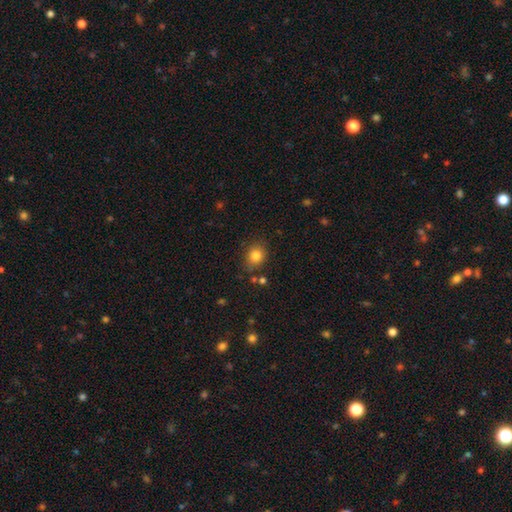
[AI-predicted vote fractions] Smooth or featured?
  - smooth: 83% *
  - star or artifact: 11%
  - featured or disk: 6%
How rounded?
  - round: 65% *
  - in between: 34%
  - cigar-shaped: 1%
Merging?
  - none: 79% *
  - minor disturbance: 13%
  - merger: 4%
  - major disturbance: 4%